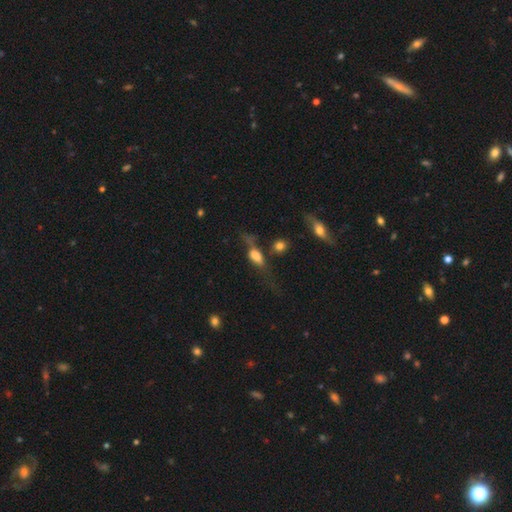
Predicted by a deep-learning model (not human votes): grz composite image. It shows a smooth galaxy with no disk features (53%) that is in between round and cigar-shaped (66%). Merging: none (36%).